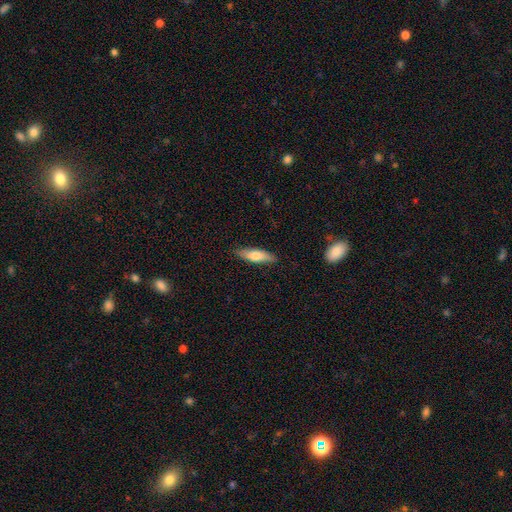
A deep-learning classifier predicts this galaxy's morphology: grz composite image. It shows a smooth galaxy with no disk features (69%) that is cigar-shaped (54%). Merging: none (86%).